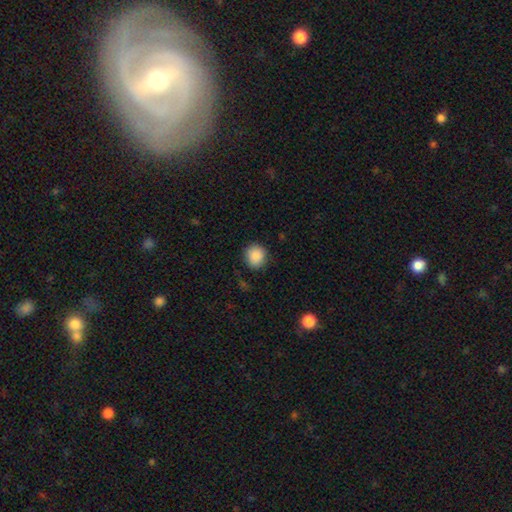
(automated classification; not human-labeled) smooth-or-featured: smooth: 88% | star or artifact: 9% | featured or disk: 4%
  how-rounded: round: 87% | in between: 12% | cigar-shaped: 1%
  merging: none: 86% | minor disturbance: 10% | major disturbance: 3% | merger: 1%